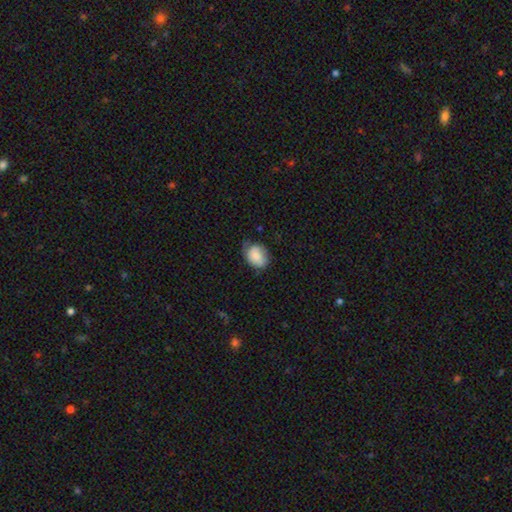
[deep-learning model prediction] This is likely a smooth galaxy (76%). How rounded: likely in between (63%). Merging: possibly none (51%).